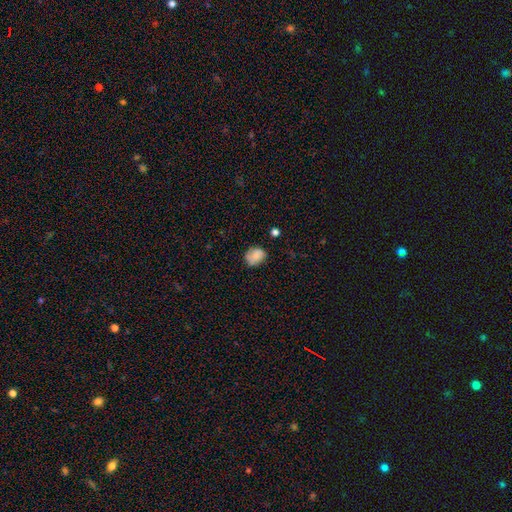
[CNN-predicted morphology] Smooth or featured? smooth (76%)
How rounded? round (56%)
Merging? none (65%)